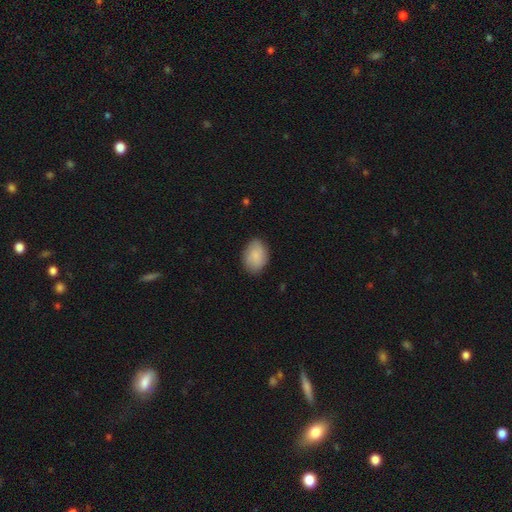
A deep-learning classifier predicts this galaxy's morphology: The model was most divided on "how rounded": in between: 80%, round: 19%, cigar-shaped: 1%. More confident: smooth or featured — smooth (85%); merging — none (83%).